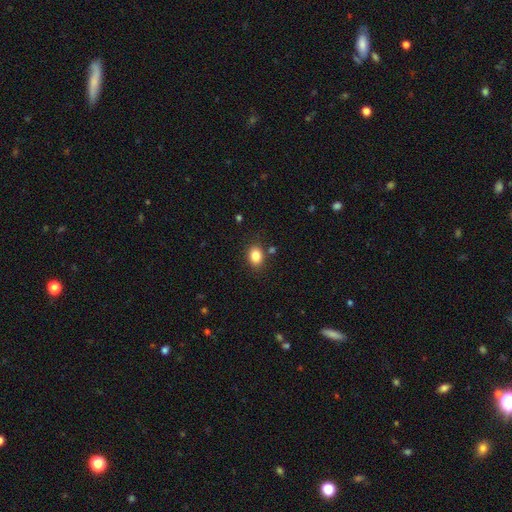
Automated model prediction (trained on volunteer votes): A smooth galaxy with no disk features (84%) that is in between round and cigar-shaped (65%).

Vote fractions:
- Smooth or featured? smooth: 84% / star or artifact: 10% / featured or disk: 6%
- How rounded? in between: 65% / round: 34% / cigar-shaped: 1%
- Merging? none: 83% / minor disturbance: 10% / merger: 4% / major disturbance: 3%